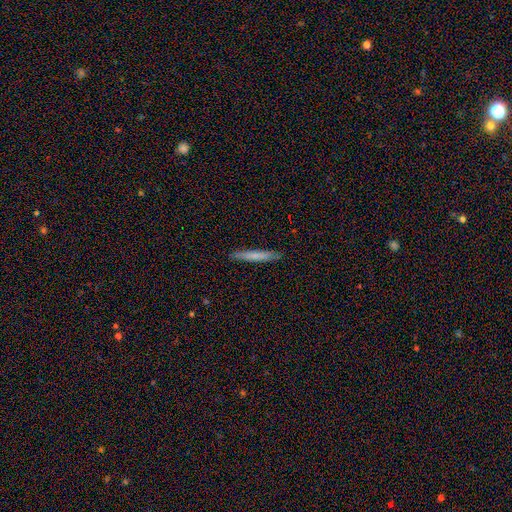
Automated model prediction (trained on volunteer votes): Smooth or featured? Predicted: smooth (p=0.70). How rounded? Predicted: cigar-shaped (p=0.95). Merging? Predicted: none (p=0.89).